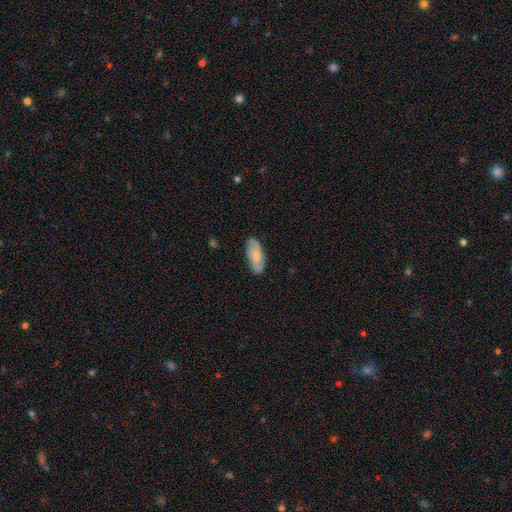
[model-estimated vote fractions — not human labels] A smooth galaxy with no disk features (67%) that is in between round and cigar-shaped (82%). Merging: none (81%).